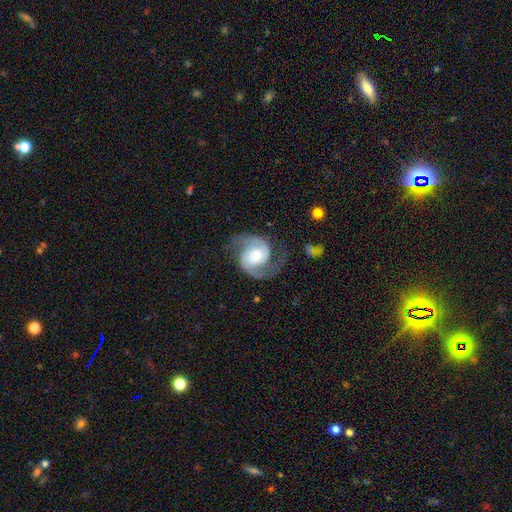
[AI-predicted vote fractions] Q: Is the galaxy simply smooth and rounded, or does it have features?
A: featured or disk — 88%.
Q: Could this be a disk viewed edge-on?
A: no — 98%.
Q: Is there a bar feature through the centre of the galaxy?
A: no — 54%.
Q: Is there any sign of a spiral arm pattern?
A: yes — 97%.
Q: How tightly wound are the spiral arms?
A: medium — 53%.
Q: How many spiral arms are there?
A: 2 — 92%.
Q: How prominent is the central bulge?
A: moderate — 65%.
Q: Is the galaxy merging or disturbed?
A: none — 65%.